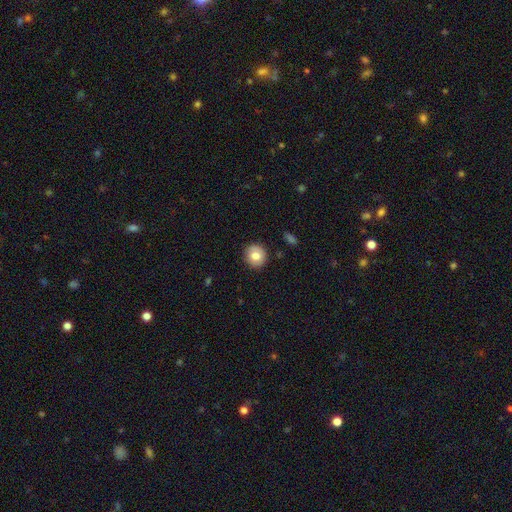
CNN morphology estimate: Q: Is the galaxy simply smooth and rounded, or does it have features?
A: smooth — 78%.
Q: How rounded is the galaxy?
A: round — 89%.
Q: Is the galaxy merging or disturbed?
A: none — 90%.